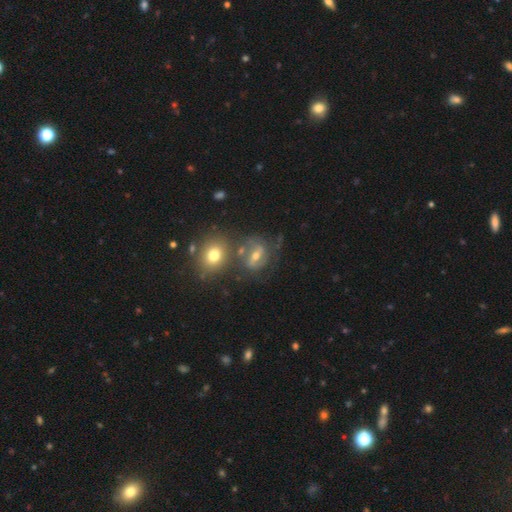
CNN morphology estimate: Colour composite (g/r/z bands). It shows a featured or disk galaxy (63%) with a weak bar (42%), spiral arms (75%) and a moderate central bulge (59%). Merging: none (57%).